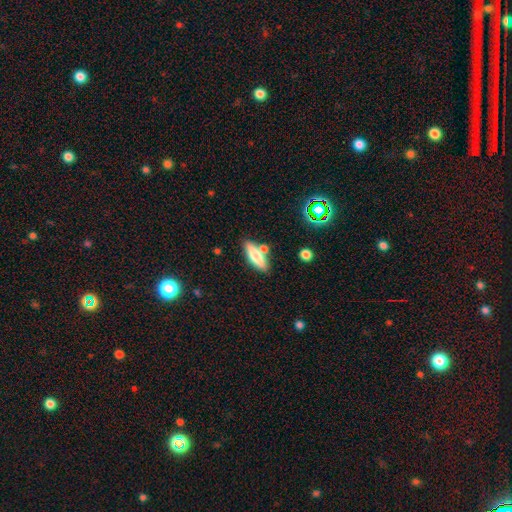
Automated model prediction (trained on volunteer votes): Q: Smooth or featured?
A: smooth (67%); runner-up: featured or disk (25%)
Q: How rounded?
A: cigar-shaped (49%); runner-up: in between (48%)
Q: Merging?
A: none (70%); runner-up: merger (14%)